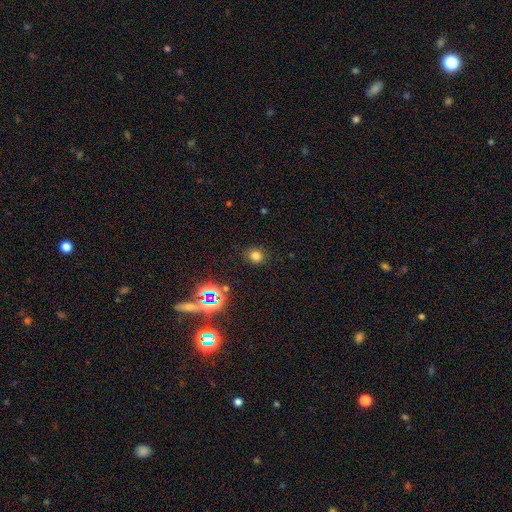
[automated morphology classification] Q: Smooth or featured?
A: smooth (73%); runner-up: star or artifact (21%)
Q: How rounded?
A: round (76%); runner-up: in between (23%)
Q: Merging?
A: none (86%); runner-up: minor disturbance (9%)